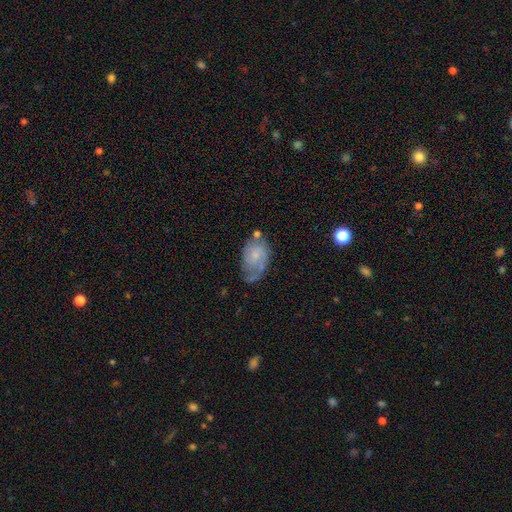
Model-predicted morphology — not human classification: smooth-or-featured: featured or disk: 56% | smooth: 36% | star or artifact: 8%
  disk-edge-on: no: 96% | yes: 4%
    bar: no: 69% | weak: 28% | strong: 3%
    has-spiral-arms: yes: 82% | no: 18%
    bulge-size: small: 59% | moderate: 20% | none: 17% | large: 2% | dominant: 1%
  merging: none: 46% | minor disturbance: 29% | major disturbance: 16% | merger: 8%